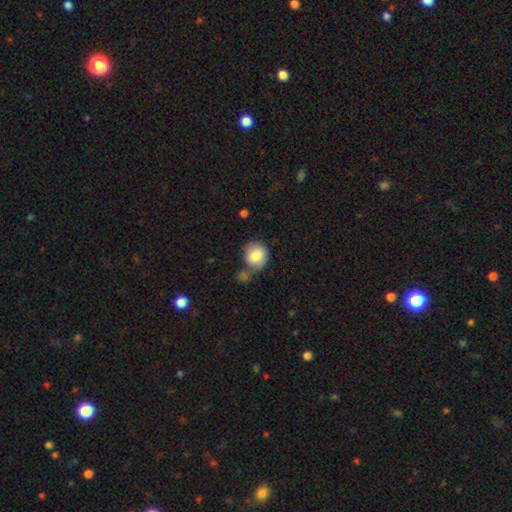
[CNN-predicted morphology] smooth 83%, featured or disk 9%, star or artifact 8%. Down the decision tree: how rounded — round (80%); merging — none (53%).